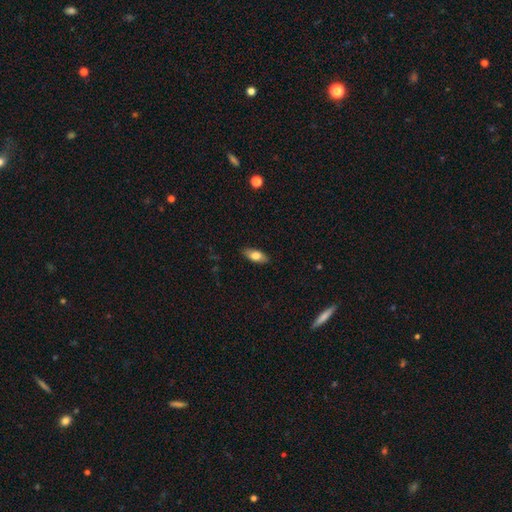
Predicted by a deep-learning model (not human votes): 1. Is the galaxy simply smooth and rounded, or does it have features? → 74% smooth, 19% featured or disk, 7% star or artifact.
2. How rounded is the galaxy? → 84% in between, 13% cigar-shaped, 3% round.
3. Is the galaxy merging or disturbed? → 87% none, 10% minor disturbance, 2% major disturbance, 1% merger.